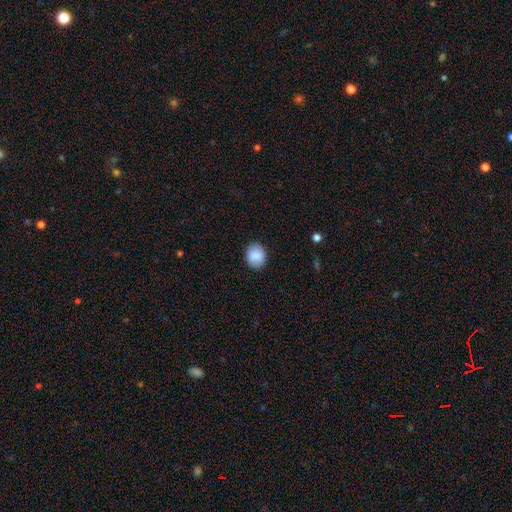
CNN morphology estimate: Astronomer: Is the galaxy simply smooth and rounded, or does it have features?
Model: smooth — 86%.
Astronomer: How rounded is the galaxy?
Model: round — 65%.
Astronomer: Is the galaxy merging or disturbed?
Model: none — 87%.